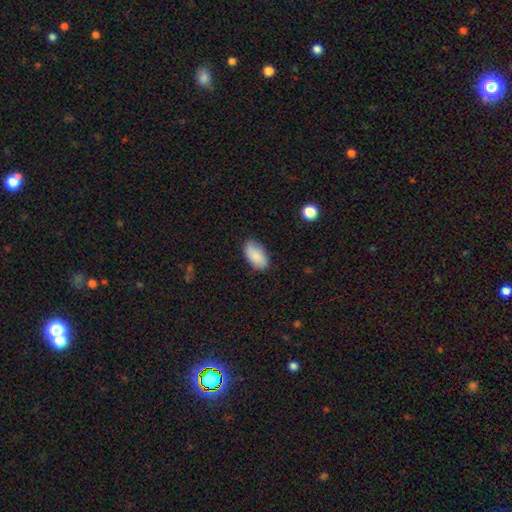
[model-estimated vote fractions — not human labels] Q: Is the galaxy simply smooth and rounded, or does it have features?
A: smooth — 85%.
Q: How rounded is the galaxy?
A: in between — 94%.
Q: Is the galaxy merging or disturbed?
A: none — 81%.